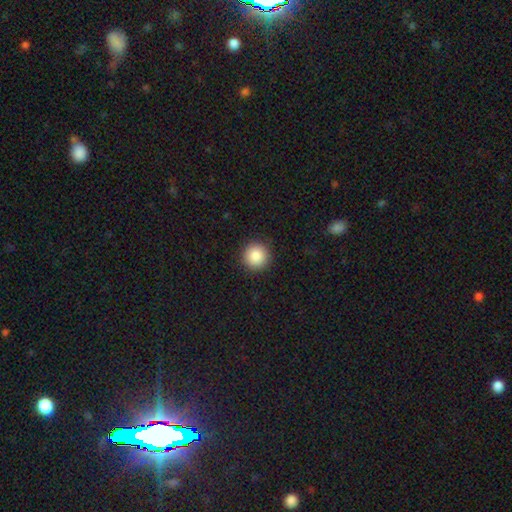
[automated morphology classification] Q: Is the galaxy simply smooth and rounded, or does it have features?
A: smooth — 88%.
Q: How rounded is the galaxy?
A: round — 96%.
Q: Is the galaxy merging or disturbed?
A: none — 92%.